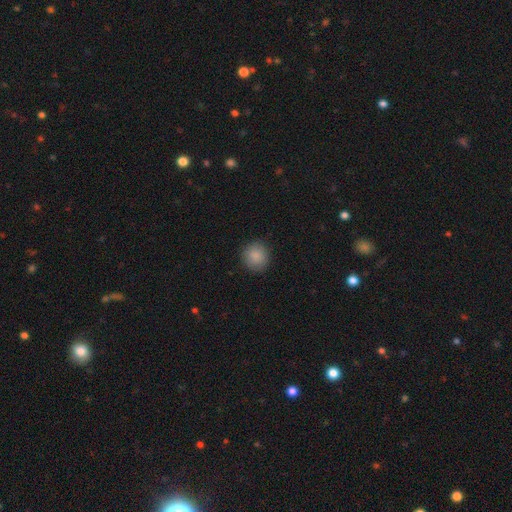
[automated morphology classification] A smooth galaxy with no disk features (88%) that is round (92%).

Vote fractions:
- Smooth or featured? smooth: 88% / star or artifact: 8% / featured or disk: 4%
- How rounded? round: 92% / in between: 7% / cigar-shaped: 1%
- Merging? none: 90% / minor disturbance: 7% / major disturbance: 2% / merger: 1%